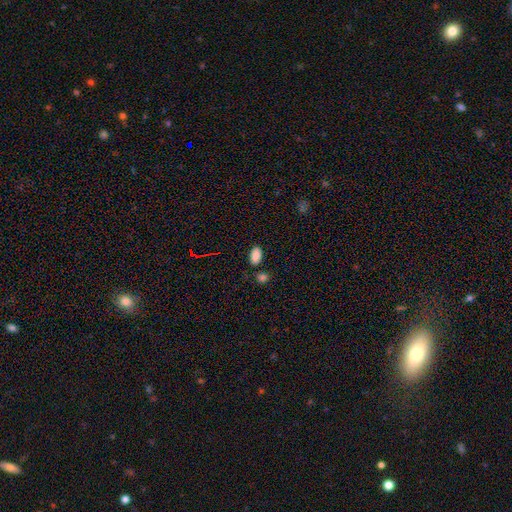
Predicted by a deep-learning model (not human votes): The model was most divided on "merging": none: 79%, minor disturbance: 11%, merger: 7%, major disturbance: 3%. More confident: how rounded — in between (93%); smooth or featured — smooth (85%).